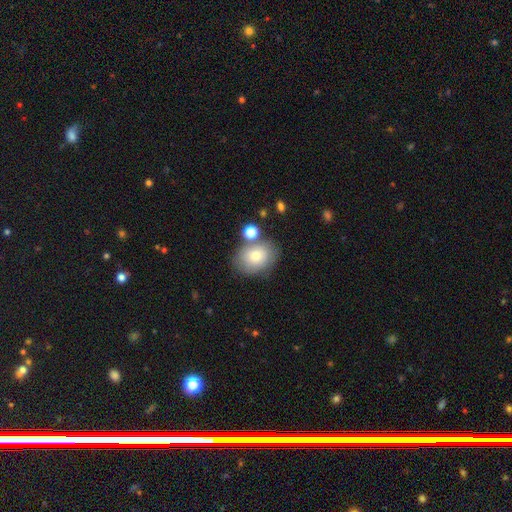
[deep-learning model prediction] Smooth or featured?
  - smooth: 77% *
  - featured or disk: 15%
  - star or artifact: 8%
How rounded?
  - in between: 68% *
  - round: 31%
  - cigar-shaped: 1%
Merging?
  - none: 65% *
  - minor disturbance: 16%
  - merger: 15%
  - major disturbance: 5%